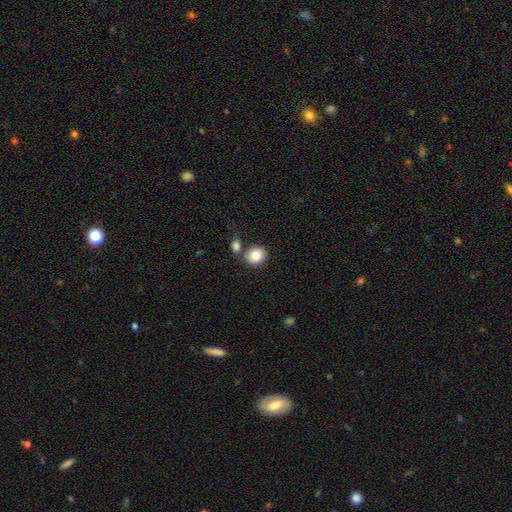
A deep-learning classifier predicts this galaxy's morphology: Smooth or featured? smooth (85%)
How rounded? round (69%)
Merging? none (58%)